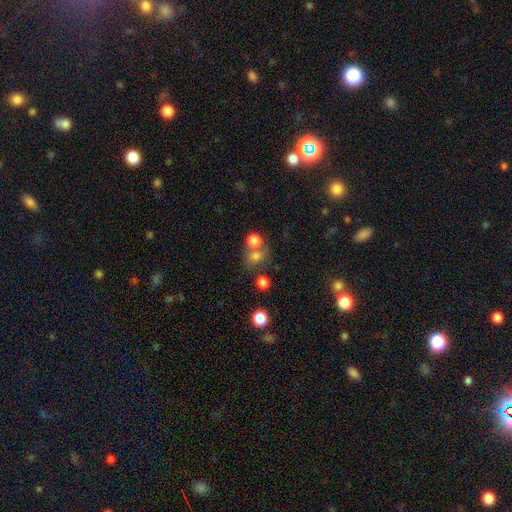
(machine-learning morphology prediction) This appears to be a smooth galaxy with no disk features (73%) that is round (65%). Merging: none (49%).